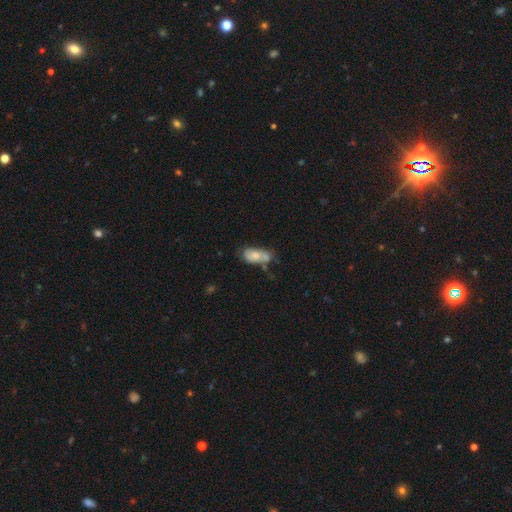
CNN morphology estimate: type=smooth (62%); roundness=in between (88%); merging=none (35%).